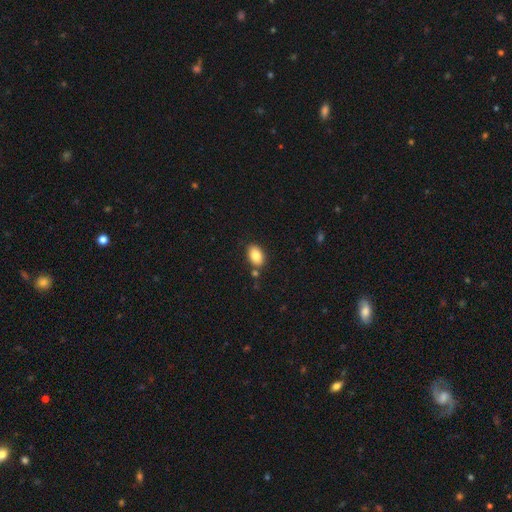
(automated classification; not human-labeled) Morphology: type=smooth (84%); roundness=in between (86%); merging=none (78%).